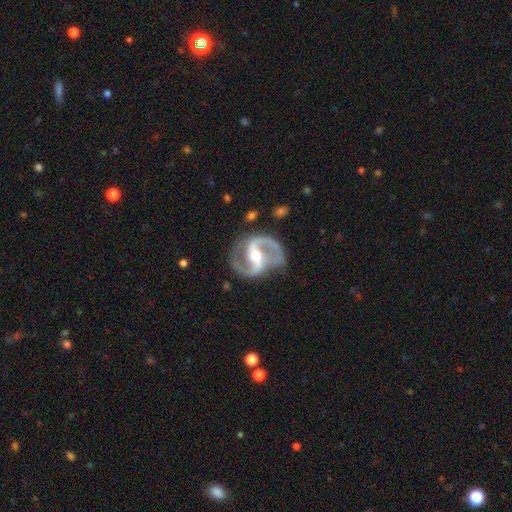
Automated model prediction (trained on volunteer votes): Smooth or featured? Predicted: featured or disk (p=0.93). Edge-on disk? Predicted: no (p=0.98). Bar? Predicted: strong (p=0.56). Spiral arms? Predicted: yes (p=0.98). Spiral winding? Predicted: medium (p=0.64). Spiral arm count? Predicted: 2 (p=0.94). Bulge size? Predicted: moderate (p=0.64). Merging? Predicted: none (p=0.82).